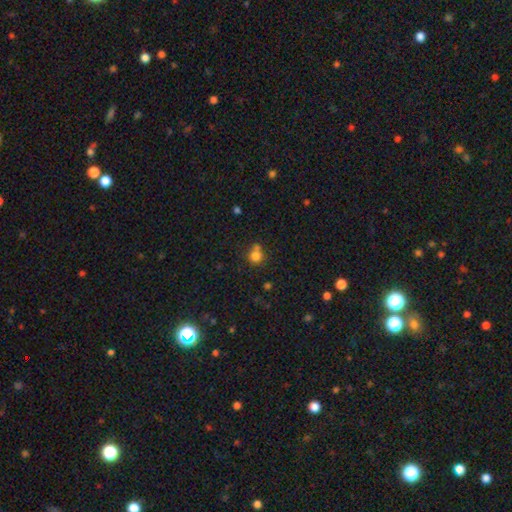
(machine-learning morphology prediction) smooth 78%, star or artifact 14%, featured or disk 8%. Down the decision tree: how rounded — round (86%); merging — none (53%).